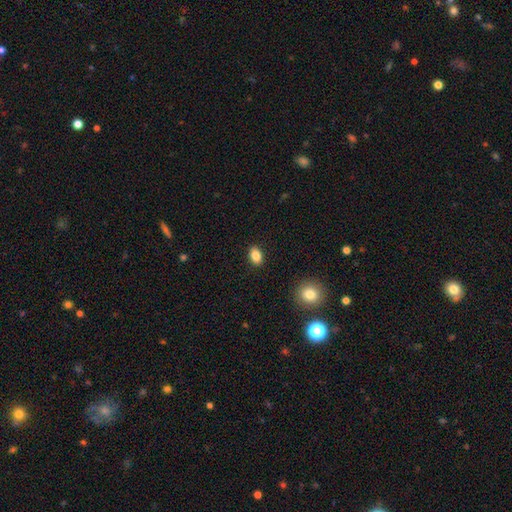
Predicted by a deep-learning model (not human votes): Q: Smooth or featured?
A: smooth (85%); runner-up: star or artifact (9%)
Q: How rounded?
A: in between (84%); runner-up: round (14%)
Q: Merging?
A: none (90%); runner-up: minor disturbance (7%)